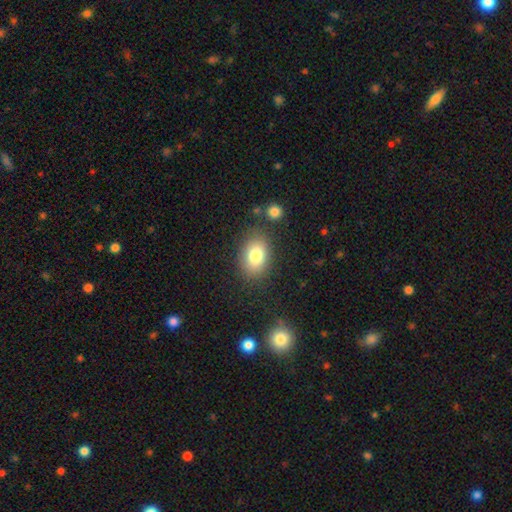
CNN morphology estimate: A smooth galaxy with no disk features (81%) that is in between round and cigar-shaped (80%). Merging: none (81%).